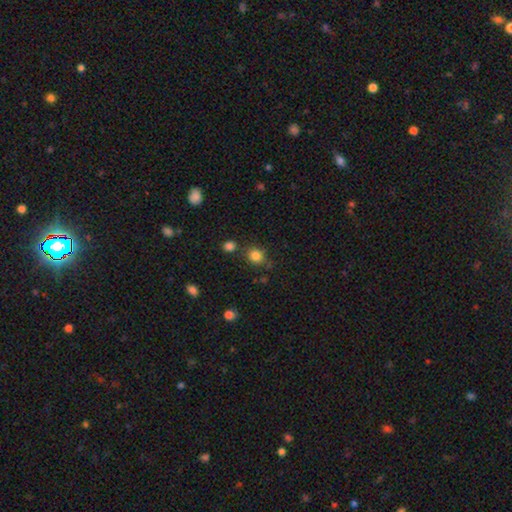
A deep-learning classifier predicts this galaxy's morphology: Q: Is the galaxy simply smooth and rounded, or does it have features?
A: smooth — 82%.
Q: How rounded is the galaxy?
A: round — 80%.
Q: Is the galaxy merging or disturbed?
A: none — 76%.